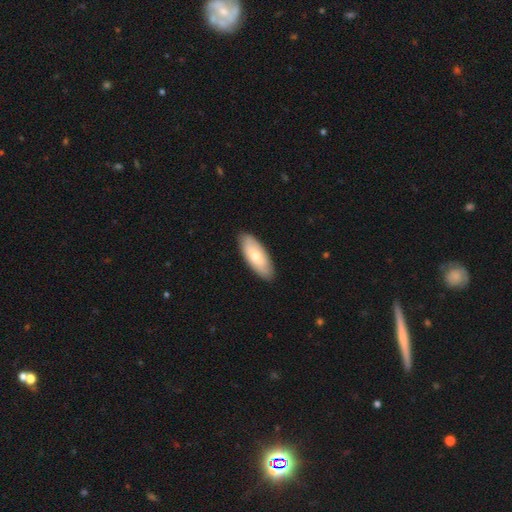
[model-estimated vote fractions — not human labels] Q: Smooth or featured?
A: smooth (64%); runner-up: featured or disk (31%)
Q: How rounded?
A: in between (79%); runner-up: cigar-shaped (19%)
Q: Merging?
A: none (88%); runner-up: minor disturbance (9%)